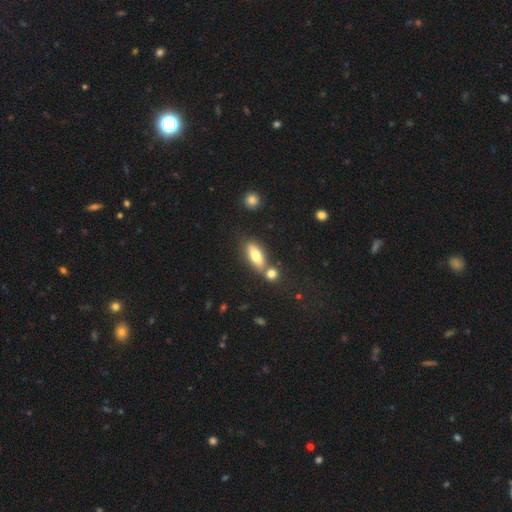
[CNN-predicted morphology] type=smooth (76%); roundness=in between (72%); merging=none (59%).